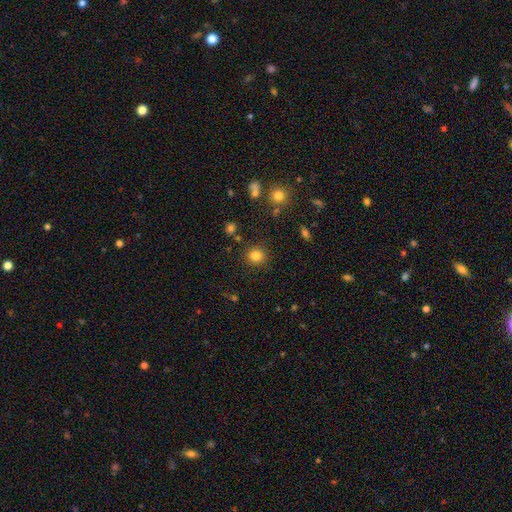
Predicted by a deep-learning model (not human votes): smooth-or-featured: smooth: 82% | star or artifact: 12% | featured or disk: 5%
  how-rounded: round: 89% | in between: 10% | cigar-shaped: 1%
  merging: none: 88% | minor disturbance: 7% | major disturbance: 3% | merger: 2%